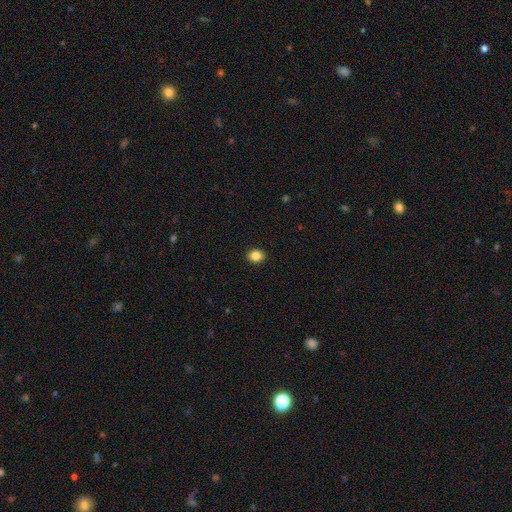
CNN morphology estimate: Smooth or featured? smooth (85%)
How rounded? round (63%)
Merging? none (91%)